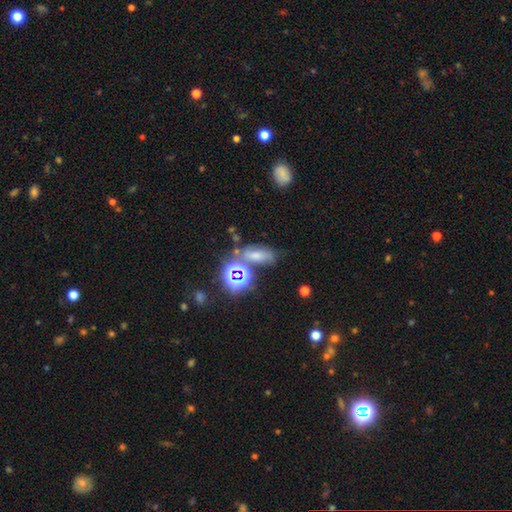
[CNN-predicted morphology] A smooth galaxy with no disk features (51%) that is in between round and cigar-shaped (71%).

Vote fractions:
- Smooth or featured? smooth: 51% / star or artifact: 34% / featured or disk: 16%
- How rounded? in between: 71% / round: 18% / cigar-shaped: 11%
- Merging? none: 51% / minor disturbance: 20% / merger: 18% / major disturbance: 11%